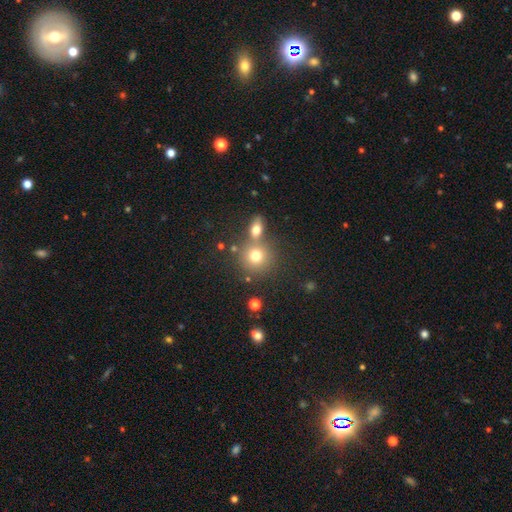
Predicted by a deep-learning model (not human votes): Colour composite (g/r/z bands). It shows a smooth galaxy with no disk features (74%) that is round (87%). Merging: none (61%).